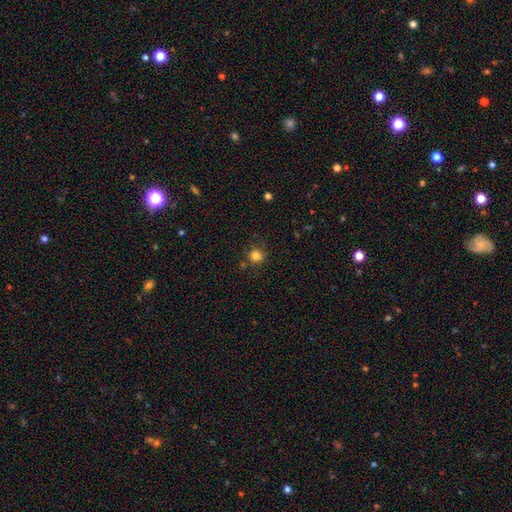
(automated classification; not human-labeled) A smooth galaxy with no disk features (82%) that is round (90%).

Vote fractions:
- Smooth or featured? smooth: 82% / star or artifact: 13% / featured or disk: 5%
- How rounded? round: 90% / in between: 9% / cigar-shaped: 1%
- Merging? none: 81% / minor disturbance: 12% / merger: 4% / major disturbance: 3%